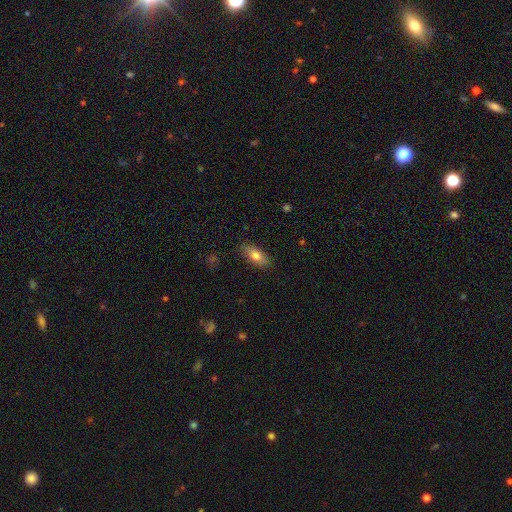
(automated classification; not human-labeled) smooth 77%, featured or disk 16%, star or artifact 7%. Down the decision tree: how rounded — in between (82%); merging — none (86%).